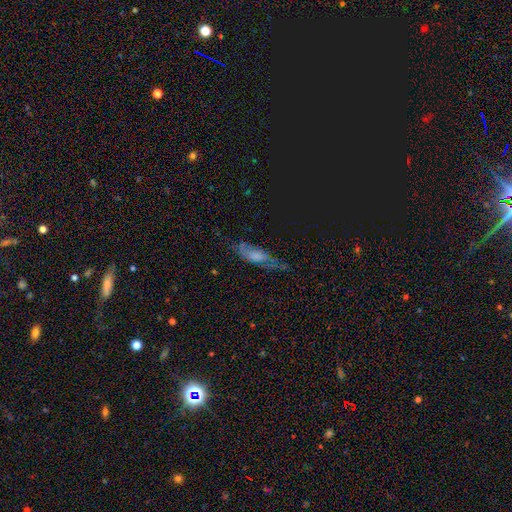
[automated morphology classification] Q: Smooth or featured?
A: smooth (45%); runner-up: featured or disk (39%)
Q: Merging?
A: none (46%); runner-up: minor disturbance (29%)